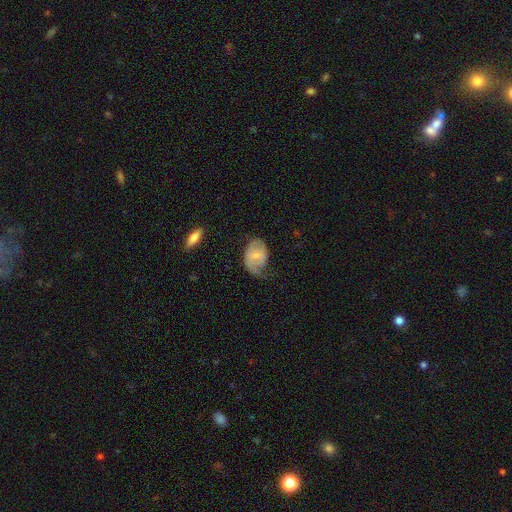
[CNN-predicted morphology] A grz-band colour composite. It shows a featured or disk galaxy (49%). Merging: none (34%).